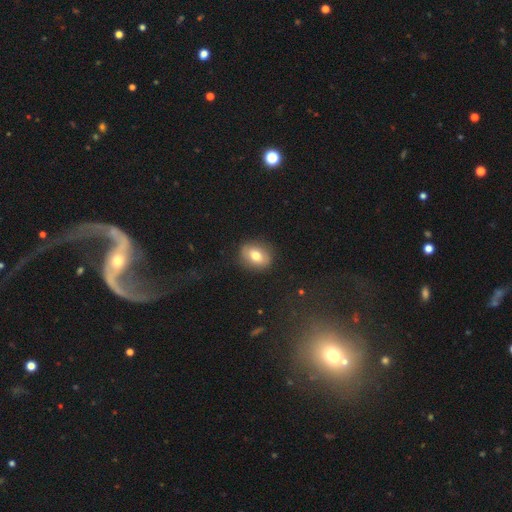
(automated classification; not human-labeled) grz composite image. It shows a smooth galaxy with no disk features (70%) that is in between round and cigar-shaped (54%). Merging: none (84%).